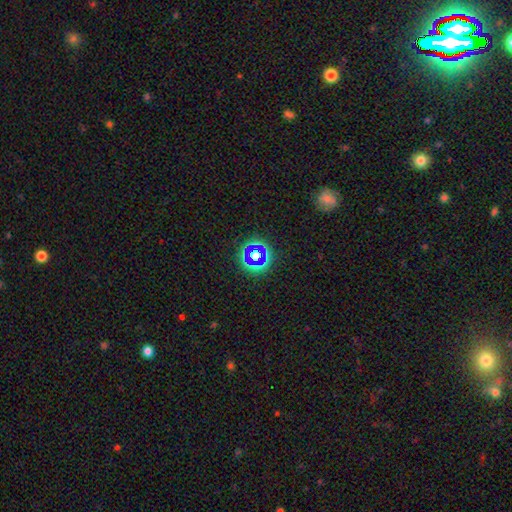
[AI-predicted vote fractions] A star or artifact, not a galaxy (56%).